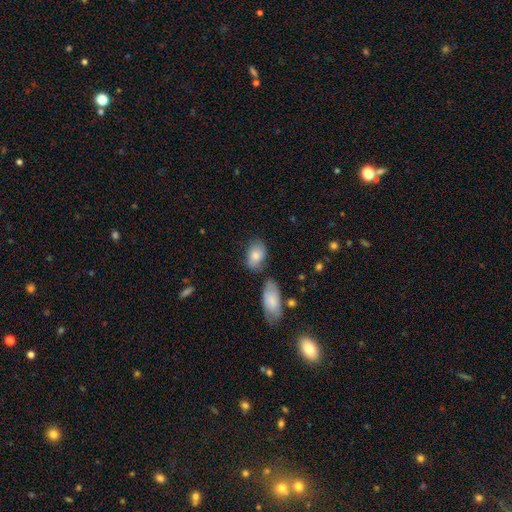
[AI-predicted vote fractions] This appears to be a smooth galaxy with no disk features (79%) that is in between round and cigar-shaped (87%). Merging: none (62%).